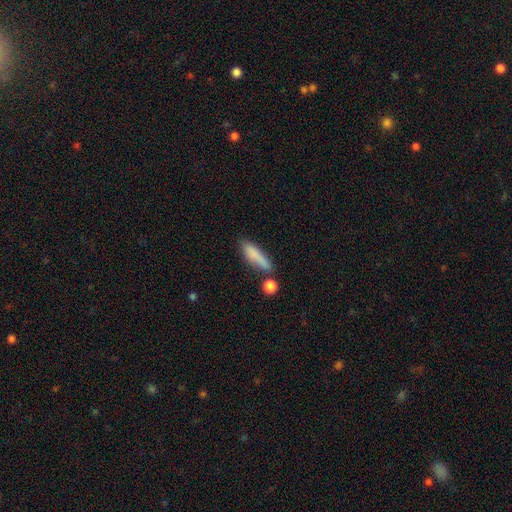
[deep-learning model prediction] This appears to be a smooth galaxy with no disk features (81%) that is cigar-shaped (67%). Merging: none (62%).